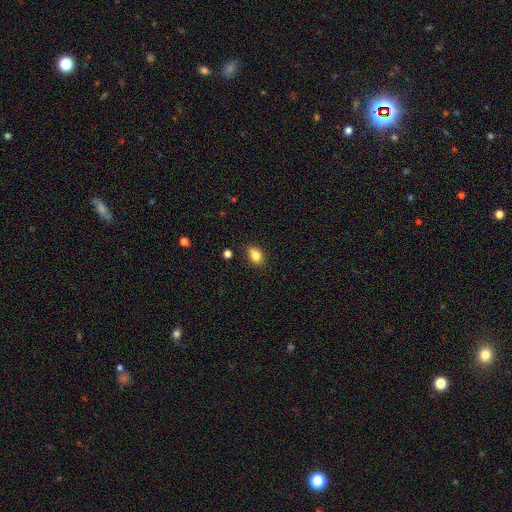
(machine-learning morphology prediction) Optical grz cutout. It shows a smooth galaxy with no disk features (82%) that is in between round and cigar-shaped (79%). Merging: none (73%).